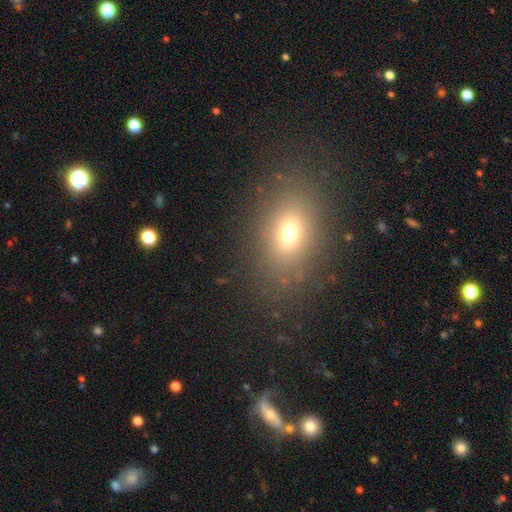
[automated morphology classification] Smooth or featured?
  - smooth: 64% *
  - star or artifact: 22%
  - featured or disk: 14%
How rounded?
  - in between: 75% *
  - round: 22%
  - cigar-shaped: 3%
Merging?
  - none: 85% *
  - minor disturbance: 8%
  - major disturbance: 4%
  - merger: 2%